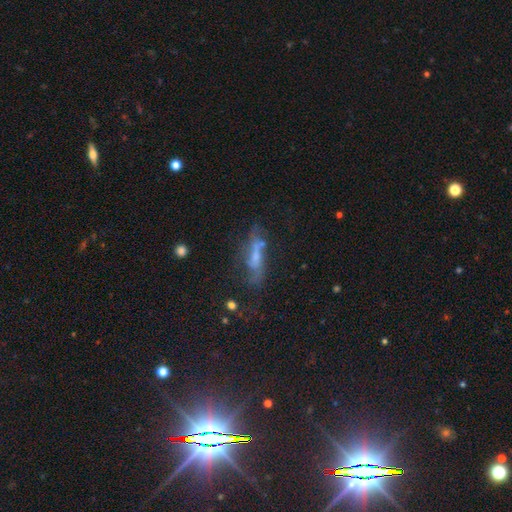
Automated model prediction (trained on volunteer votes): Overall: featured or disk (57%; smooth 29%). Edge-on disk: no (56%; yes 44%). Merging: none (51%; minor disturbance 23%).